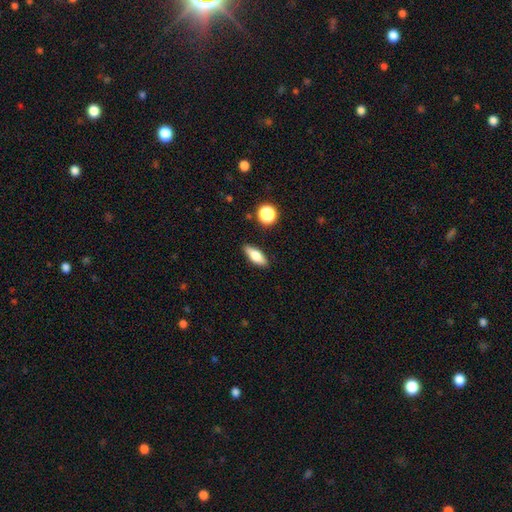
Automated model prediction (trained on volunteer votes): This appears to be a smooth galaxy with no disk features (67%) that is in between round and cigar-shaped (63%). Merging: none (87%).